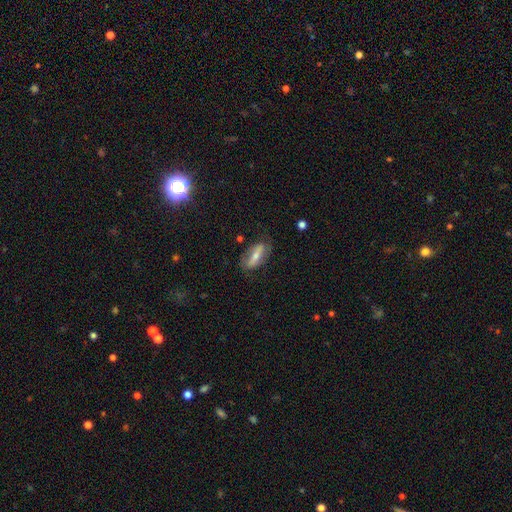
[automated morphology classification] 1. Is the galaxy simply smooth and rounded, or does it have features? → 49% featured or disk, 44% smooth, 7% star or artifact.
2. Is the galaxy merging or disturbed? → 70% none, 20% minor disturbance, 8% major disturbance, 2% merger.